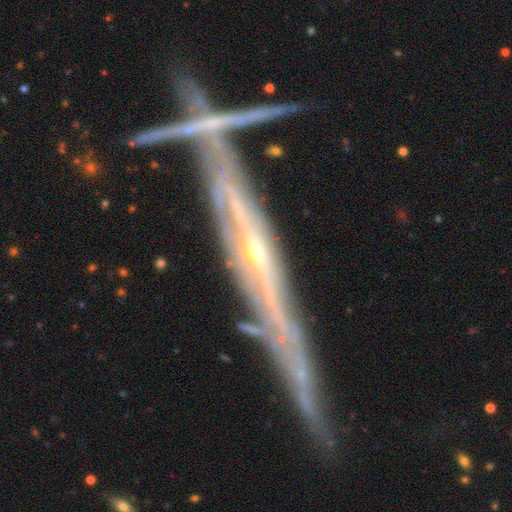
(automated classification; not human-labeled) featured or disk 80%, star or artifact 12%, smooth 8%. Down the decision tree: edge-on disk — yes (87%); edge-on bulge — rounded (48%); merging — none (68%).